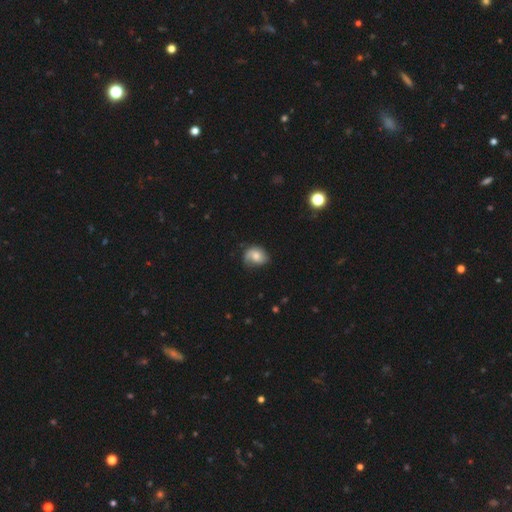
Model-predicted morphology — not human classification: A smooth galaxy with no disk features (55%) that is in between round and cigar-shaped (54%).

Vote fractions:
- Smooth or featured? smooth: 55% / featured or disk: 36% / star or artifact: 9%
- How rounded? in between: 54% / round: 45% / cigar-shaped: 1%
- Merging? none: 54% / minor disturbance: 32% / major disturbance: 12% / merger: 2%